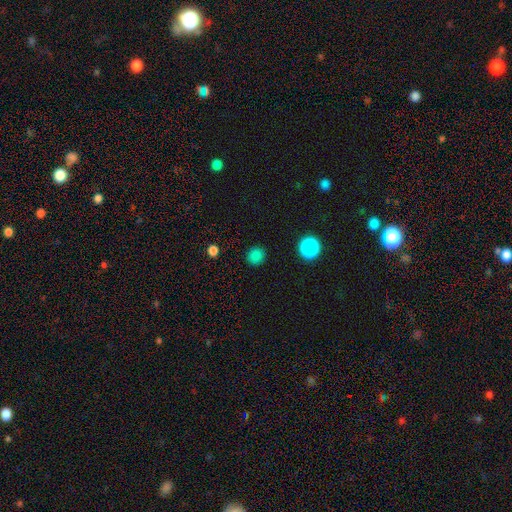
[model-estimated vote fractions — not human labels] smooth_or_featured: smooth (p=0.83) [alt: star or artifact p=0.14]
how_rounded: round (p=0.89) [alt: in between p=0.10]
merging: none (p=0.90) [alt: minor disturbance p=0.06]